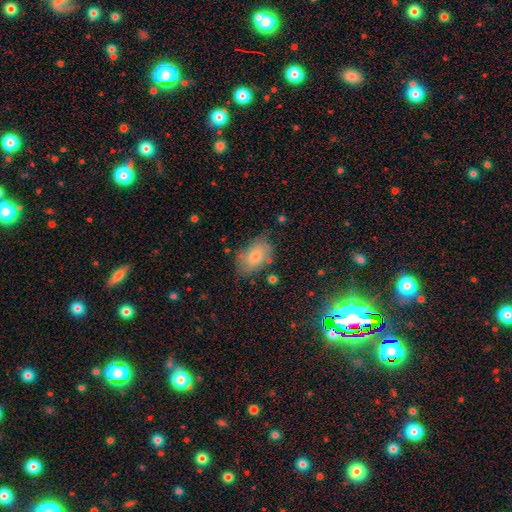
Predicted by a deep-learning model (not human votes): Smooth or featured? smooth (72%)
How rounded? in between (91%)
Merging? none (71%)